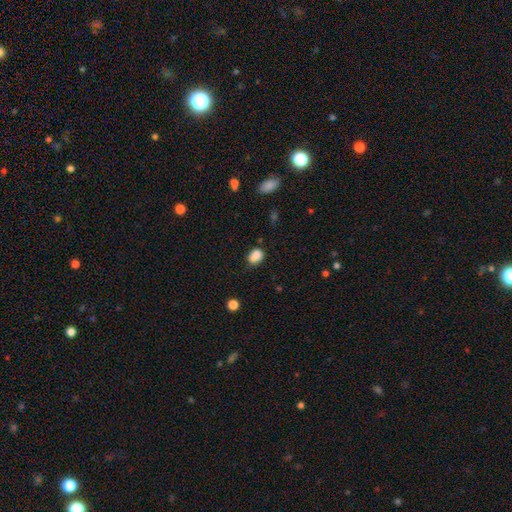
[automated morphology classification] smooth_or_featured: smooth (p=0.83) [alt: star or artifact p=0.11]
how_rounded: in between (p=0.64) [alt: round p=0.35]
merging: none (p=0.60) [alt: minor disturbance p=0.24]